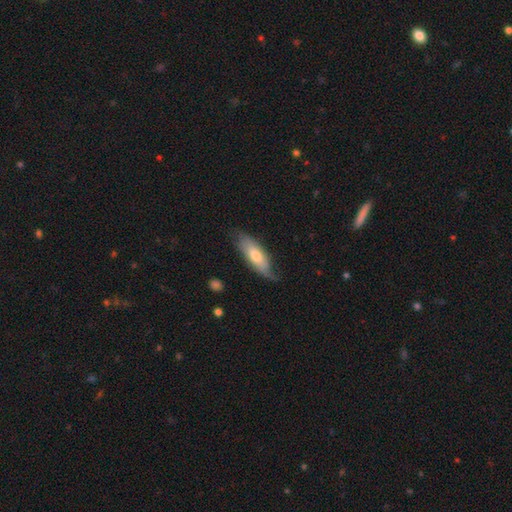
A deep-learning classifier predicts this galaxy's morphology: smooth_or_featured: smooth (p=0.57) [alt: featured or disk p=0.37]
how_rounded: in between (p=0.62) [alt: cigar-shaped p=0.36]
merging: none (p=0.62) [alt: minor disturbance p=0.29]